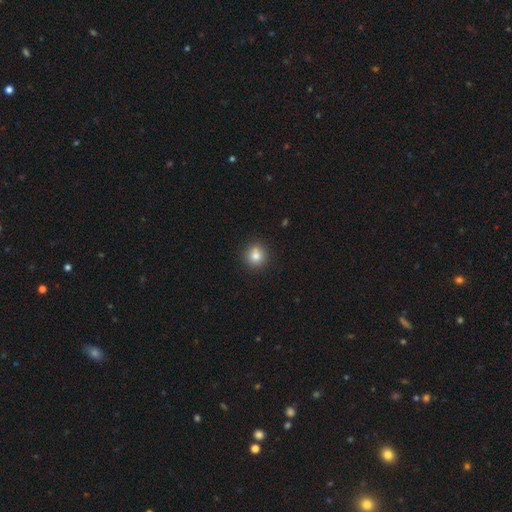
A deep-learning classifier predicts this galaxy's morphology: This appears to be a smooth galaxy with no disk features (81%) that is round (91%). Merging: none (83%).